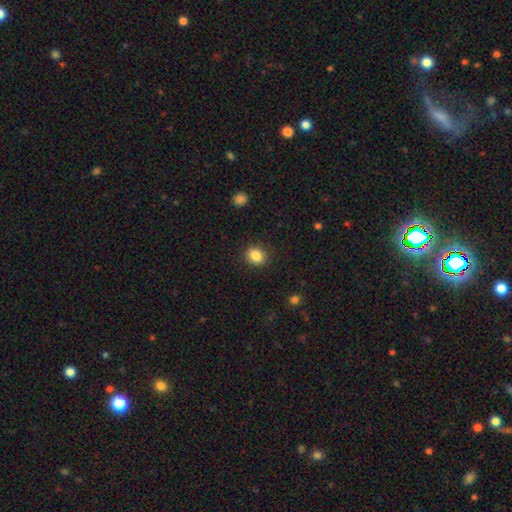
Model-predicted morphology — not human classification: The model was most divided on "how rounded": round: 63%, in between: 36%, cigar-shaped: 1%. More confident: merging — none (89%); smooth or featured — smooth (86%).